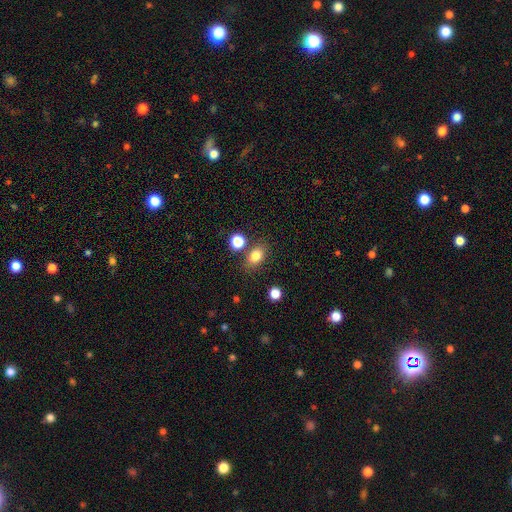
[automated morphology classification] Smooth or featured? smooth (80%)
How rounded? in between (70%)
Merging? none (76%)